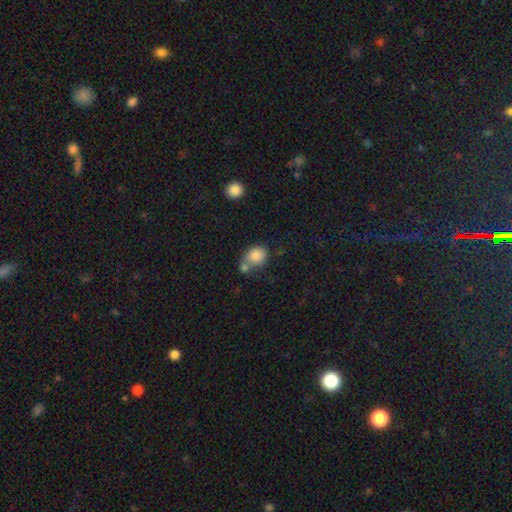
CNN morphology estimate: Overall: smooth (83%). How rounded: round (56%; in between 43%). Merging: none (40%; merger 38%).